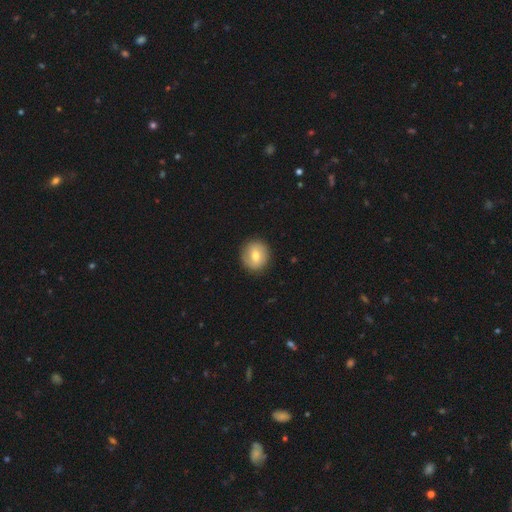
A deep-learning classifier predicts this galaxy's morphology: The model was most divided on "smooth or featured": smooth: 68%, featured or disk: 24%, star or artifact: 8%. More confident: how rounded — round (90%); merging — none (89%).